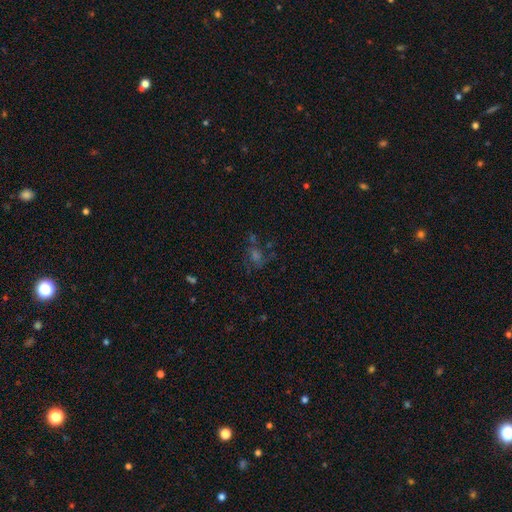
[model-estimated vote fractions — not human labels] A star or artifact, not a galaxy (39%).

Vote fractions:
- Smooth or featured? star or artifact: 39% / featured or disk: 31% / smooth: 29%